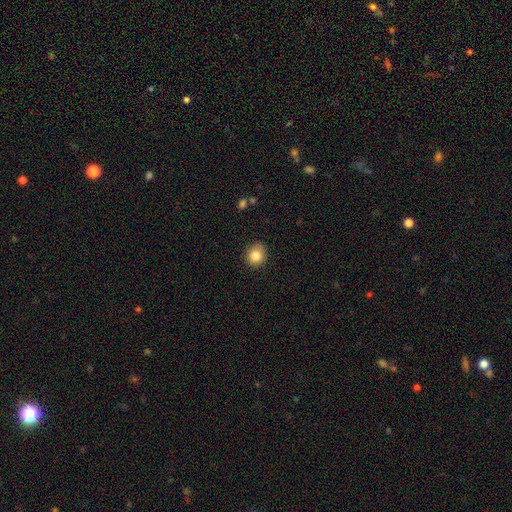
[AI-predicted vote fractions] Overall: smooth (83%). How rounded: round (78%). Merging: none (85%).